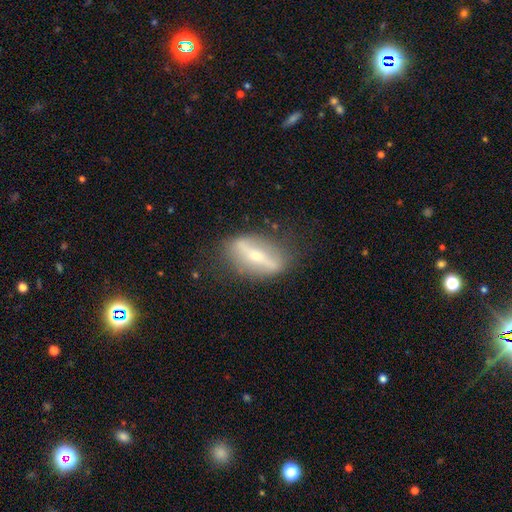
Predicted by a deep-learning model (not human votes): This is likely a featured or disk galaxy (74%). It is possibly not viewed edge-on (53%). Merging: likely none (76%).